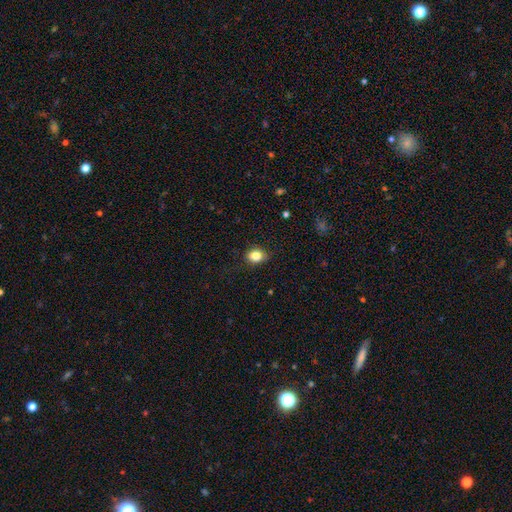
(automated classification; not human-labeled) This is clearly a smooth galaxy (83%). How rounded: possibly round (56%). Merging: clearly none (82%).